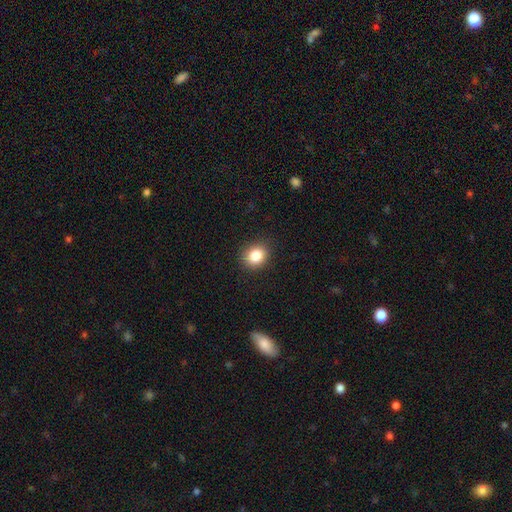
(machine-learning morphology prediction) smooth-or-featured: smooth: 85% | star or artifact: 10% | featured or disk: 5%
  how-rounded: round: 67% | in between: 33% | cigar-shaped: 1%
  merging: none: 88% | minor disturbance: 8% | major disturbance: 2% | merger: 1%